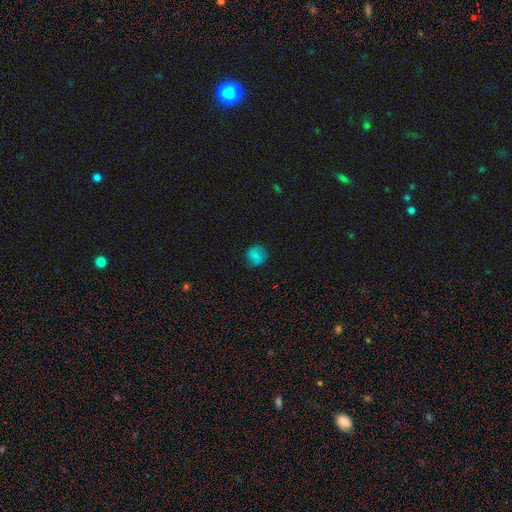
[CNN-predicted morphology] type=smooth (77%); roundness=round (87%); merging=none (80%).